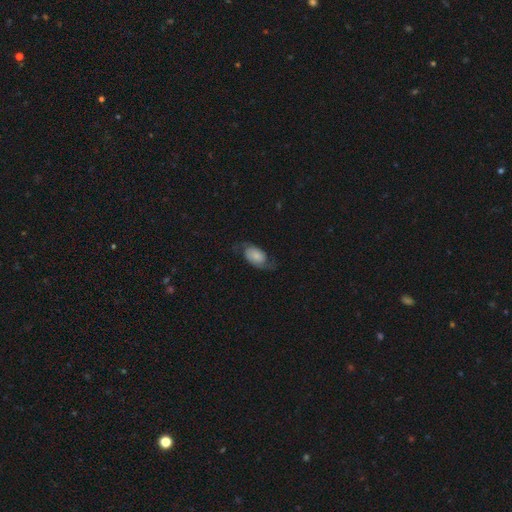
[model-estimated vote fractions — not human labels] A featured or disk galaxy (53%) with no bar (73%), spiral arms (88%) and a small central bulge (41%).

Vote fractions:
- Smooth or featured? featured or disk: 53% / smooth: 39% / star or artifact: 8%
- Edge-on disk? no: 95% / yes: 5%
- Bar? no: 73% / weak: 21% / strong: 6%
- Spiral arms? yes: 88% / no: 12%
- Bulge size? small: 41% / moderate: 20% / none: 18% / large: 12% / dominant: 9%
- Merging? none: 62% / minor disturbance: 22% / major disturbance: 15% / merger: 1%